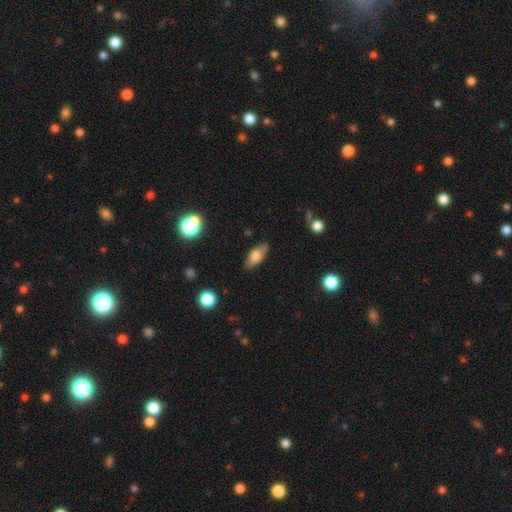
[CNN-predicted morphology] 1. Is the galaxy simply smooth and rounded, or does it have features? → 67% smooth, 25% featured or disk, 8% star or artifact.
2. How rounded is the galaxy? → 83% in between, 13% cigar-shaped, 4% round.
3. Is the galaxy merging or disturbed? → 81% none, 14% minor disturbance, 3% major disturbance, 2% merger.